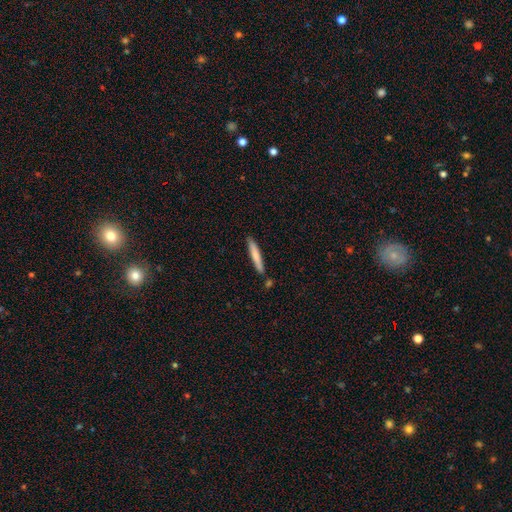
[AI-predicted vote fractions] This is likely a smooth galaxy (72%). How rounded: clearly cigar-shaped (94%). Merging: clearly none (83%).